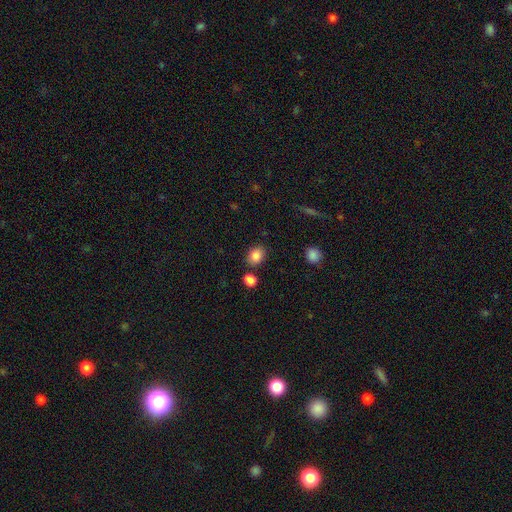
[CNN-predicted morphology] Smooth or featured: smooth — 85% (star or artifact — 9%)
How rounded: in between — 59% (round — 40%)
Merging: none — 78% (minor disturbance — 11%)